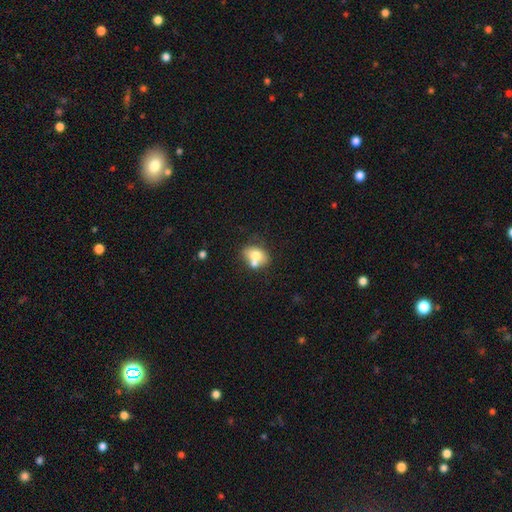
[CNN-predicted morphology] type=smooth (70%); roundness=in between (62%); merging=none (43%).